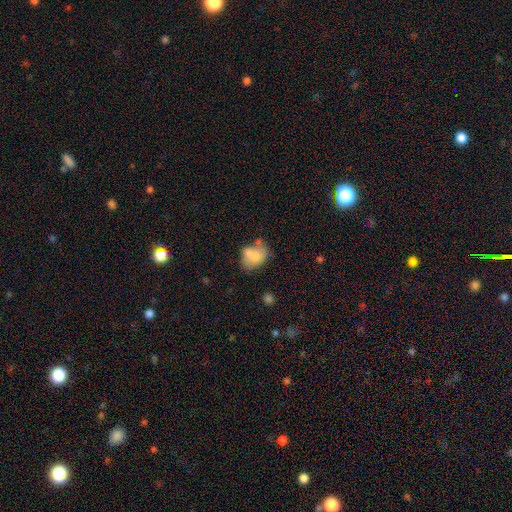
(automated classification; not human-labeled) smooth-or-featured: smooth: 67% | featured or disk: 24% | star or artifact: 9%
  how-rounded: in between: 57% | round: 42% | cigar-shaped: 1%
  merging: none: 41% | minor disturbance: 26% | merger: 21% | major disturbance: 12%